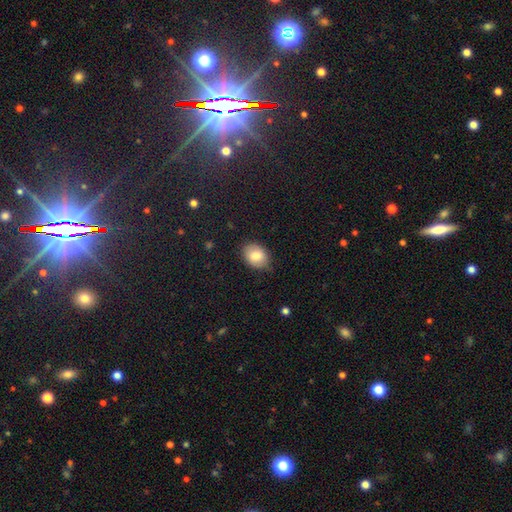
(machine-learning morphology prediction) Smooth or featured? smooth (82%)
How rounded? in between (69%)
Merging? none (79%)